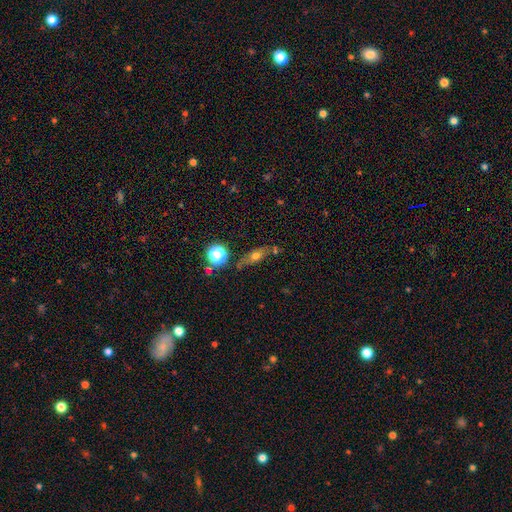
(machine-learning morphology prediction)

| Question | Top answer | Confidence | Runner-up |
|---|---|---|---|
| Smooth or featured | smooth | 58% | featured or disk (28%) |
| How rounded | in between | 56% | cigar-shaped (28%) |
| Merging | none | 68% | minor disturbance (18%) |